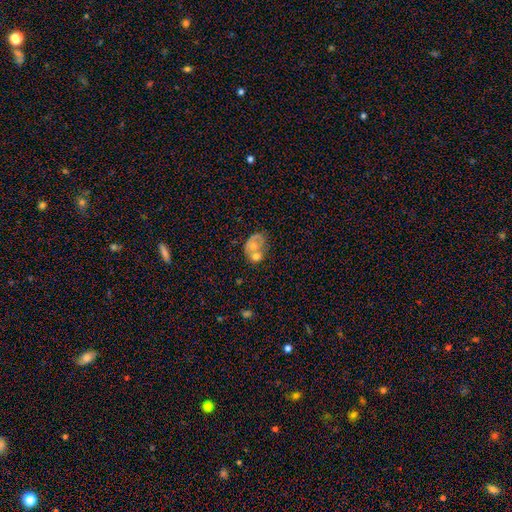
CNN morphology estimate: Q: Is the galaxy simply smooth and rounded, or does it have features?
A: featured or disk — 46%, tied with smooth.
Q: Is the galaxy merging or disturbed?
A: merger — 53%.